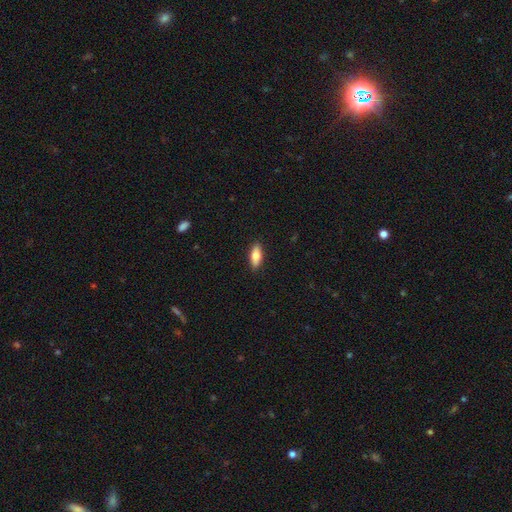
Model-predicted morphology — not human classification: Smooth or featured? smooth (74%)
How rounded? in between (74%)
Merging? none (89%)